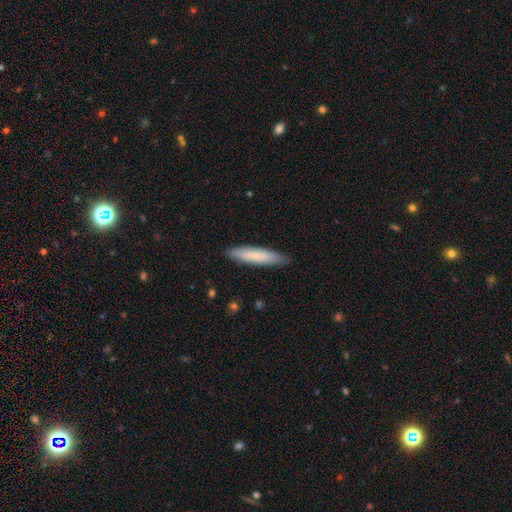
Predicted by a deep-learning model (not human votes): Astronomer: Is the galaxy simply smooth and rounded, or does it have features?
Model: smooth — 76%.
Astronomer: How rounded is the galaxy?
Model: cigar-shaped — 84%.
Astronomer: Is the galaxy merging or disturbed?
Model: none — 87%.